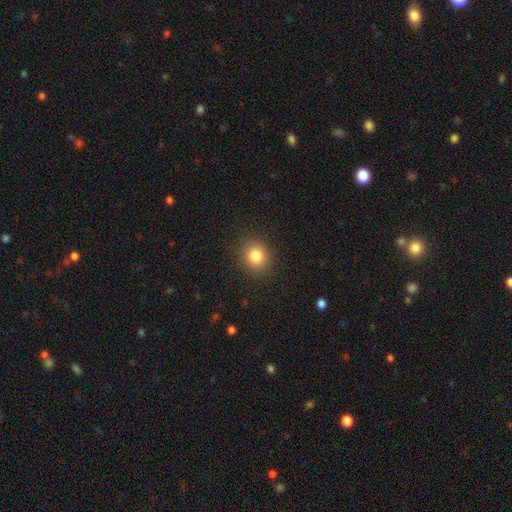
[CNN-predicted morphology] Overall: smooth (83%). How rounded: round (77%). Merging: none (89%).